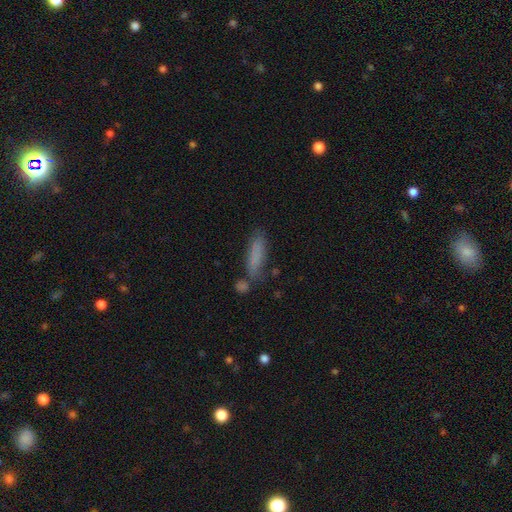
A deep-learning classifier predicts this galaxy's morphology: Overall: smooth (78%). How rounded: cigar-shaped (73%). Merging: none (68%).